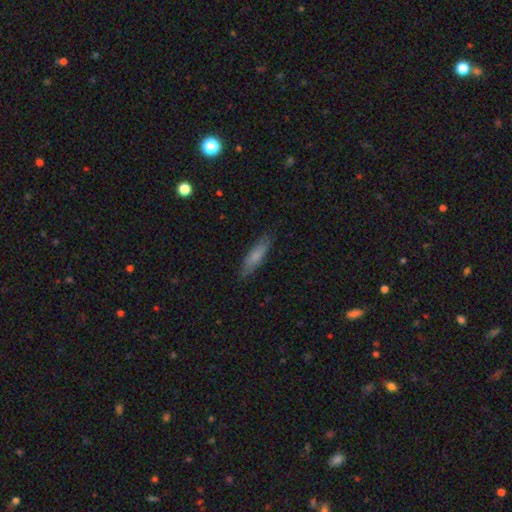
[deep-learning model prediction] Morphology: type=smooth (76%); roundness=cigar-shaped (69%); merging=none (85%).